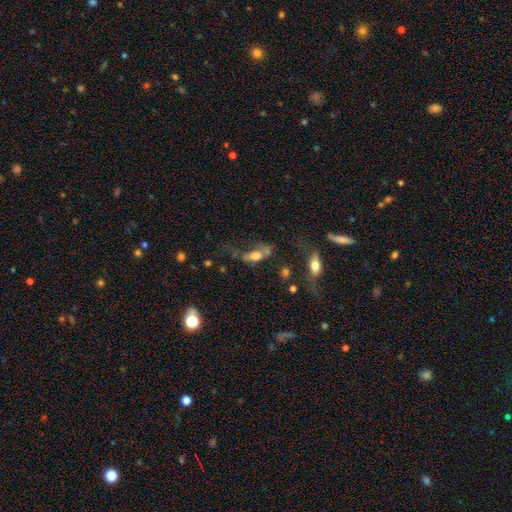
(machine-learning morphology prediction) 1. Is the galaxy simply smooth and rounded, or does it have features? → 57% smooth, 31% featured or disk, 12% star or artifact.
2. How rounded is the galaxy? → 73% in between, 19% cigar-shaped, 8% round.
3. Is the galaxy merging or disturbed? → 39% major disturbance, 25% none, 18% merger, 18% minor disturbance.